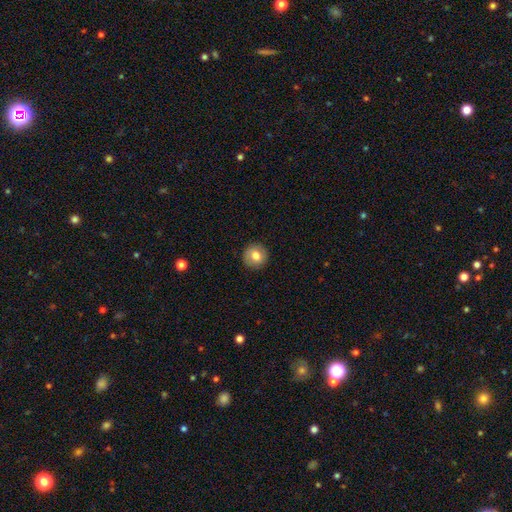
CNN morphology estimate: Smooth or featured?
  - smooth: 79% *
  - featured or disk: 12%
  - star or artifact: 8%
How rounded?
  - round: 94% *
  - in between: 5%
  - cigar-shaped: 1%
Merging?
  - none: 91% *
  - minor disturbance: 6%
  - major disturbance: 2%
  - merger: 1%